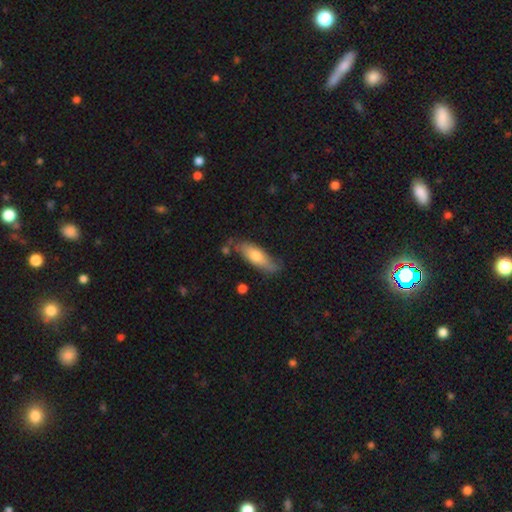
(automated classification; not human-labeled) This appears to be a smooth galaxy with no disk features (66%) that is in between round and cigar-shaped (53%). Merging: none (69%).